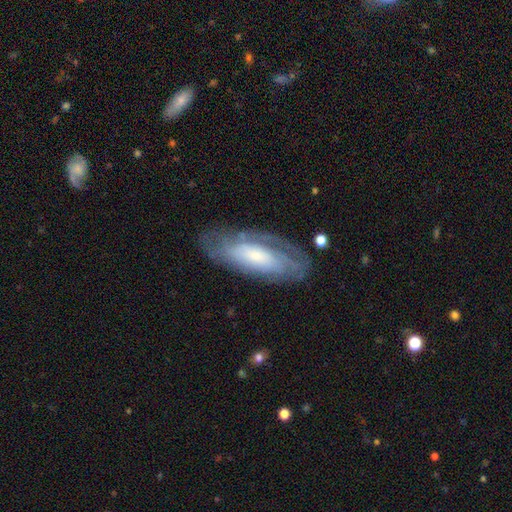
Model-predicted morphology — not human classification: featured or disk 64%, smooth 29%, star or artifact 7%. Down the decision tree: edge-on disk — no (85%); bar — no (70%); spiral arms — yes (80%); bulge size — small (39%); merging — none (69%).